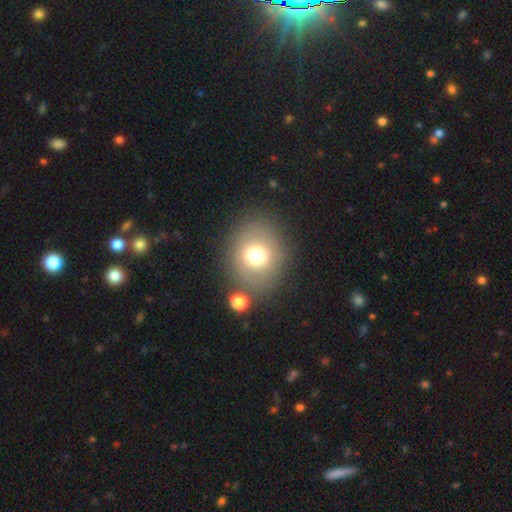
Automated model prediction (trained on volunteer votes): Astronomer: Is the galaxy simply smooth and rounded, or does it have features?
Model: smooth — 69%.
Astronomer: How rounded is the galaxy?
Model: round — 72%.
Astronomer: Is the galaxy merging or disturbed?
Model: none — 73%.